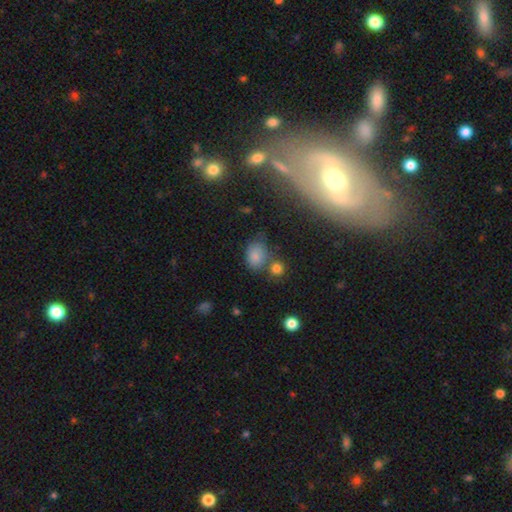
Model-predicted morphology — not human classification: Overall: smooth (74%). How rounded: in between (59%; round 39%). Merging: none (51%; merger 21%).